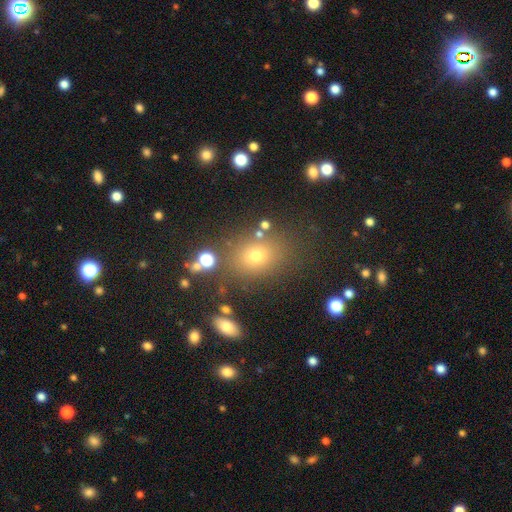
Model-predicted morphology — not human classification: The model was most divided on "how rounded": in between: 53%, round: 45%, cigar-shaped: 2%. More confident: merging — none (76%); smooth or featured — smooth (68%).